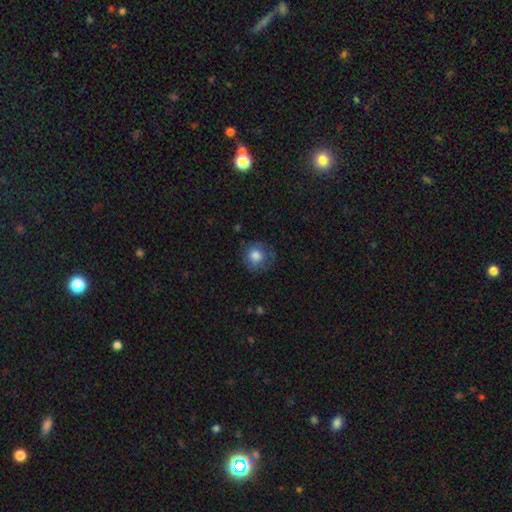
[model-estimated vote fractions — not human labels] This appears to be a smooth galaxy with no disk features (79%) that is round (90%). Merging: none (72%).